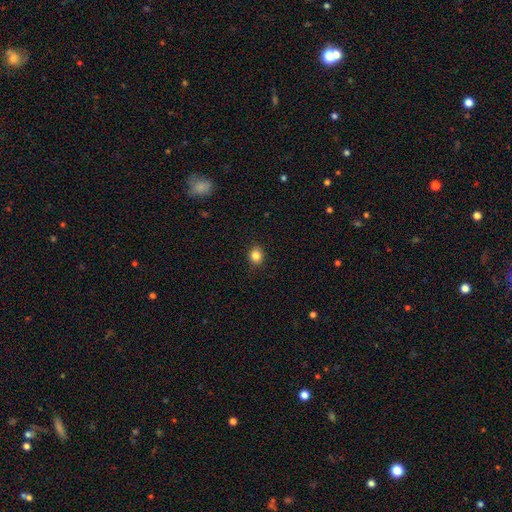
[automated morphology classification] smooth 84%, star or artifact 11%, featured or disk 5%. Down the decision tree: how rounded — round (78%); merging — none (90%).